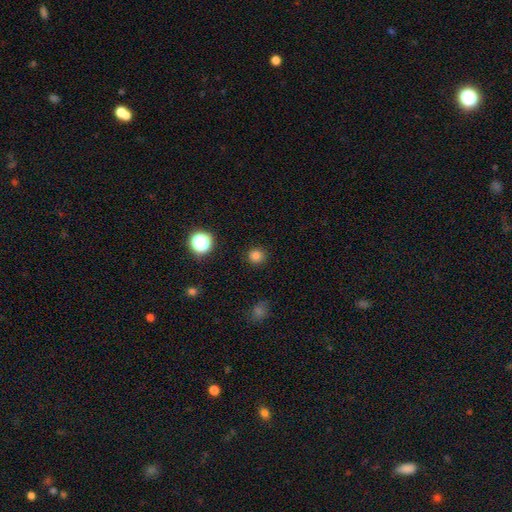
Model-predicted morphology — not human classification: A smooth galaxy with no disk features (80%) that is round (93%). Merging: none (90%).